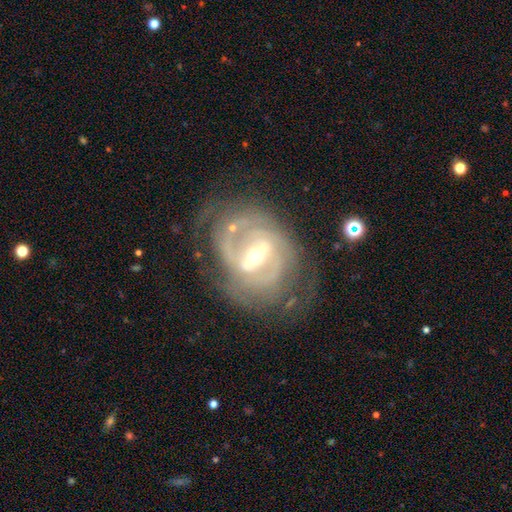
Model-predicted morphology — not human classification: A featured or disk galaxy (88%) with a strong bar (53%), 2 (39%) tight (54%) spiral arms (91%) and a moderate central bulge (52%).

Vote fractions:
- Smooth or featured? featured or disk: 88% / smooth: 6% / star or artifact: 6%
- Edge-on disk? no: 96% / yes: 4%
- Bar? strong: 53% / weak: 37% / no: 10%
- Spiral arms? yes: 91% / no: 9%
- Spiral winding? tight: 54% / medium: 35% / loose: 11%
- Spiral arm count? 2: 39% / can't tell: 31% / 3: 15% / 4: 6% / 1: 5% / more than 4: 4%
- Bulge size? moderate: 52% / small: 43% / large: 3% / none: 1% / dominant: 1%
- Merging? none: 60% / minor disturbance: 20% / major disturbance: 16% / merger: 4%